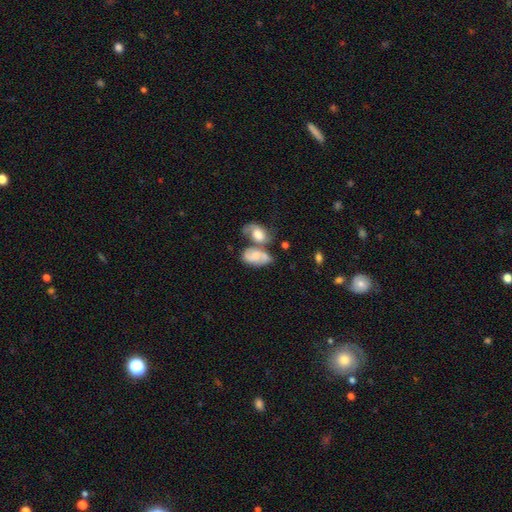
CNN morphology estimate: featured or disk 49%, smooth 42%, star or artifact 8%. Down the decision tree: merging — merger (51%).